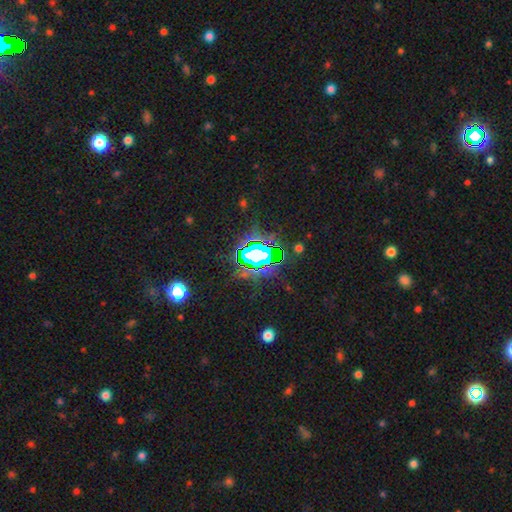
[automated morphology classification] star or artifact 77%, smooth 12%, featured or disk 11%.